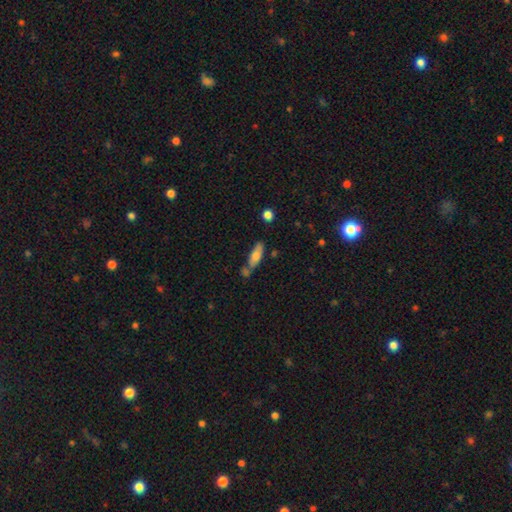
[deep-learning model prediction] Smooth or featured?
  - smooth: 69% *
  - featured or disk: 24%
  - star or artifact: 7%
How rounded?
  - in between: 56% *
  - cigar-shaped: 41%
  - round: 3%
Merging?
  - none: 57% *
  - merger: 20%
  - minor disturbance: 18%
  - major disturbance: 5%